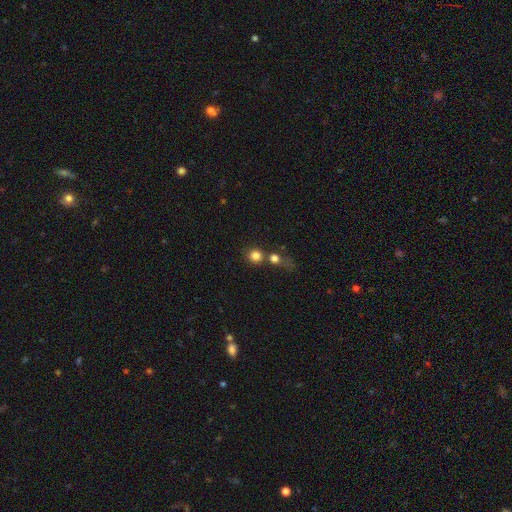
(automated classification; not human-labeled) smooth 80%, star or artifact 13%, featured or disk 7%. Down the decision tree: how rounded — round (89%); merging — none (61%).